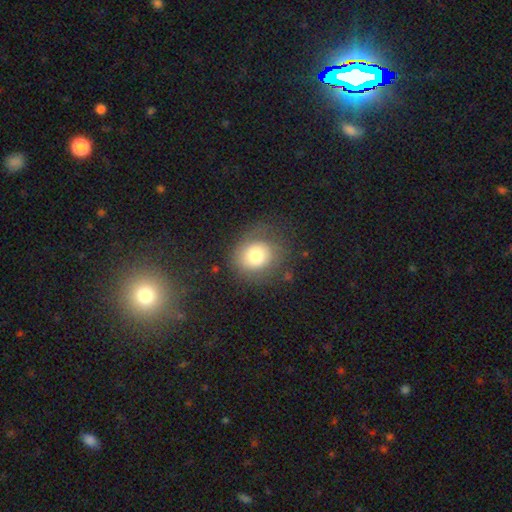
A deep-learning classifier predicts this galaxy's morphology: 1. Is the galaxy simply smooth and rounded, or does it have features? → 70% smooth, 20% featured or disk, 10% star or artifact.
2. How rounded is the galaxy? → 73% round, 26% in between, 1% cigar-shaped.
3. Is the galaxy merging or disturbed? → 63% none, 20% minor disturbance, 15% major disturbance, 2% merger.